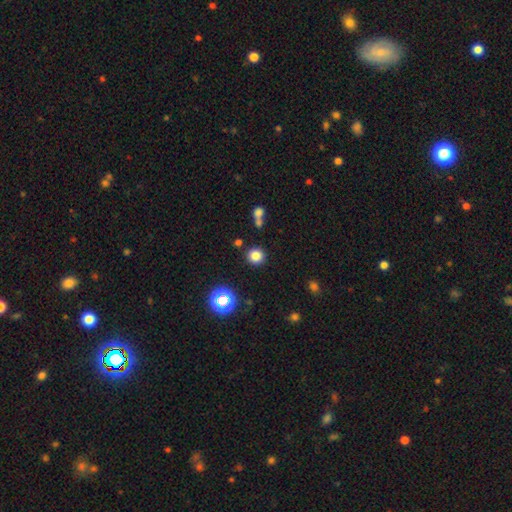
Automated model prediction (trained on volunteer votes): Q: Smooth or featured?
A: smooth (78%); runner-up: star or artifact (16%)
Q: How rounded?
A: round (93%); runner-up: in between (6%)
Q: Merging?
A: none (85%); runner-up: minor disturbance (7%)